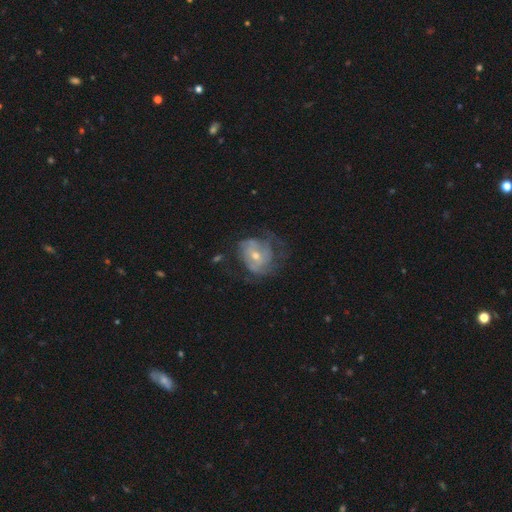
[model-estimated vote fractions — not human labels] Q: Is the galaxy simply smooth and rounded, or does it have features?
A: featured or disk — 73%.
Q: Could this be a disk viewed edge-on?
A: no — 97%.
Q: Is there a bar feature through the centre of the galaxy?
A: no — 64%.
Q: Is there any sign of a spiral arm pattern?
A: yes — 78%.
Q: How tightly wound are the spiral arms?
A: tight — 52%.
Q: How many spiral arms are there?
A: can't tell — 45%.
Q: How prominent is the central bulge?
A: moderate — 49%.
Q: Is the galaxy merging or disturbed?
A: none — 49%.